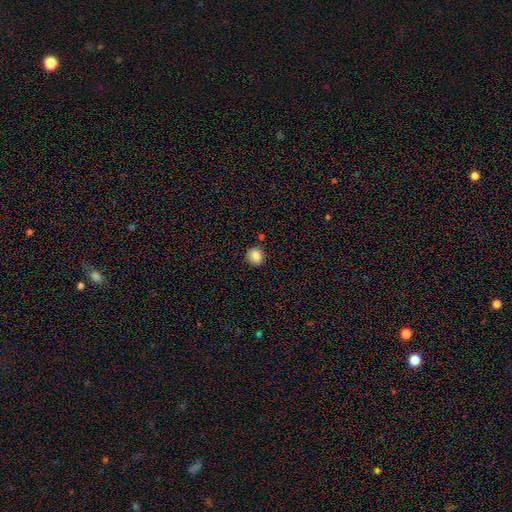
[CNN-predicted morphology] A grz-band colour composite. It shows a smooth galaxy with no disk features (86%) that is round (86%). Merging: none (84%).